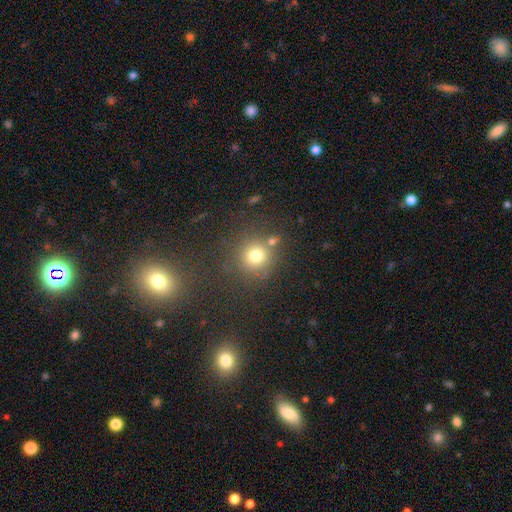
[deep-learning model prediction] Smooth or featured?
  - smooth: 75% *
  - star or artifact: 18%
  - featured or disk: 8%
How rounded?
  - round: 91% *
  - in between: 8%
  - cigar-shaped: 1%
Merging?
  - none: 73% *
  - merger: 11%
  - minor disturbance: 10%
  - major disturbance: 5%